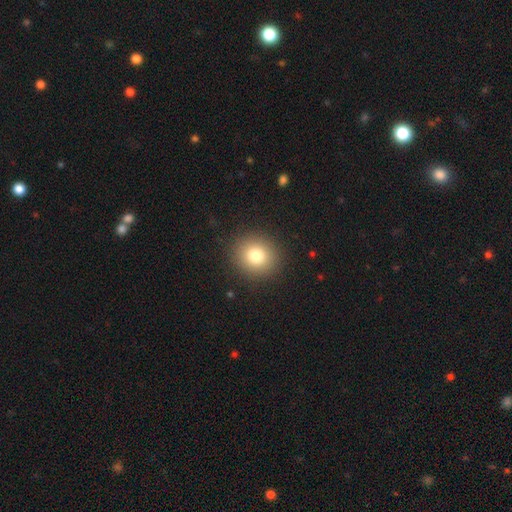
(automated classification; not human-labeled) A smooth galaxy with no disk features (80%) that is round (85%). Merging: none (90%).